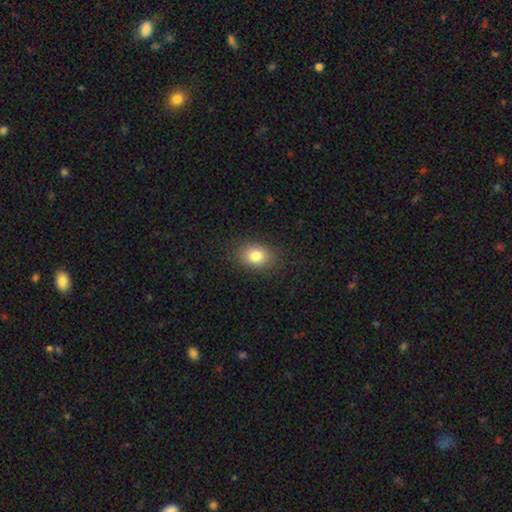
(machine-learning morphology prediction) Smooth or featured? smooth (82%)
How rounded? in between (71%)
Merging? none (86%)